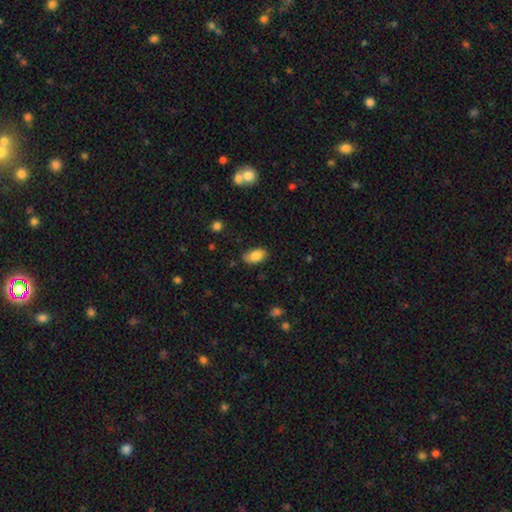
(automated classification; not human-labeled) A smooth galaxy with no disk features (83%) that is in between round and cigar-shaped (93%). Merging: none (79%).